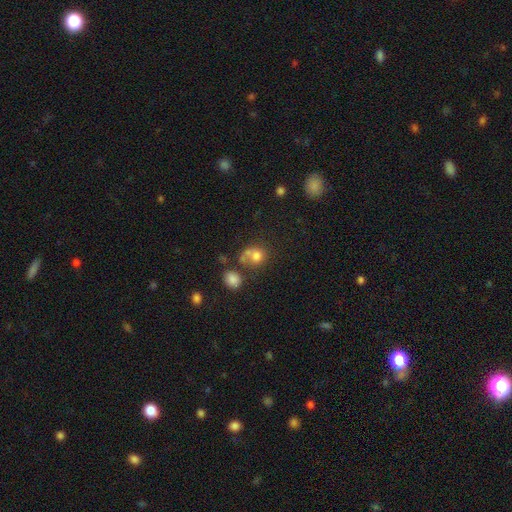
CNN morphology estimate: Overall: smooth (73%). How rounded: round (69%; in between 30%). Merging: merger (40%; none 36%).